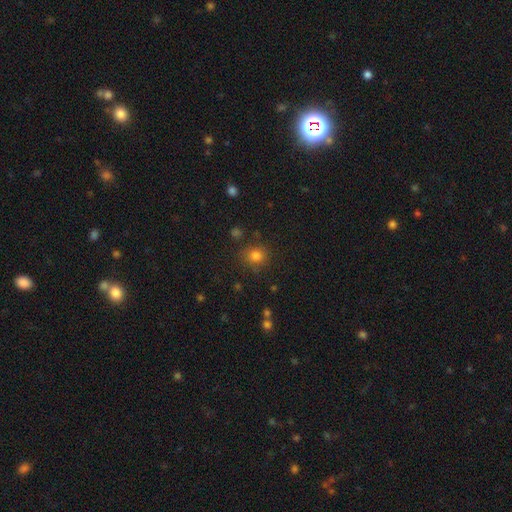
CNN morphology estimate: Smooth or featured? smooth (80%)
How rounded? round (81%)
Merging? none (82%)